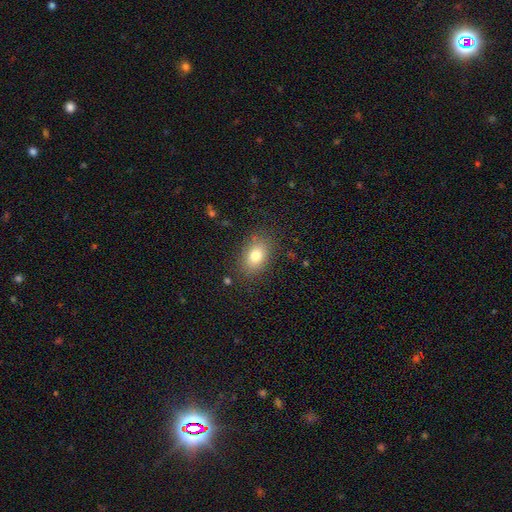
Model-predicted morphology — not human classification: Q: Smooth or featured?
A: smooth (79%); runner-up: featured or disk (11%)
Q: How rounded?
A: in between (79%); runner-up: round (20%)
Q: Merging?
A: none (83%); runner-up: minor disturbance (12%)